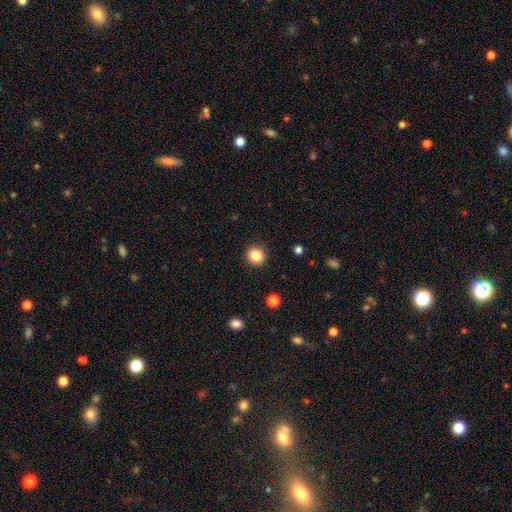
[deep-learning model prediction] Smooth or featured: smooth — 84% (star or artifact — 11%)
How rounded: round — 91% (in between — 8%)
Merging: none — 91% (minor disturbance — 6%)